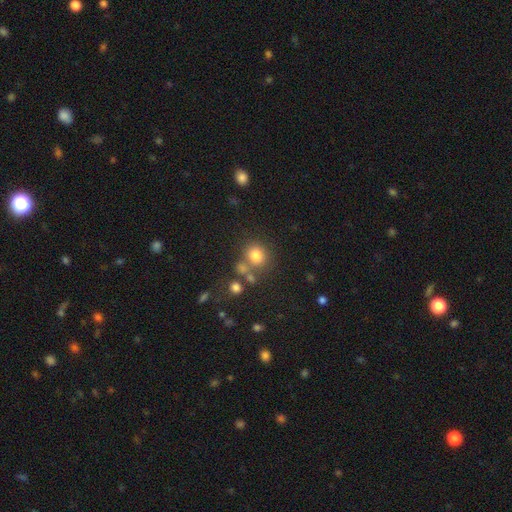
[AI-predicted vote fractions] Morphology: type=smooth (77%); roundness=round (77%); merging=none (64%).